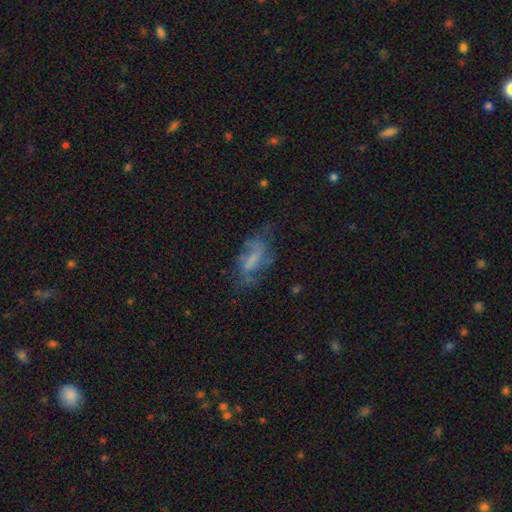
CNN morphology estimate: Smooth or featured? Predicted: featured or disk (p=0.50). Edge-on disk? Predicted: no (p=0.91). Merging? Predicted: none (p=0.47).